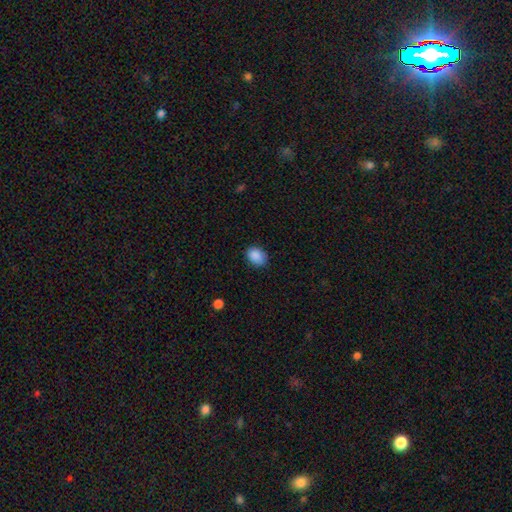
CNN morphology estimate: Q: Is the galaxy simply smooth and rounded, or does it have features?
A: smooth — 88%.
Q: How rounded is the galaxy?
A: in between — 61%.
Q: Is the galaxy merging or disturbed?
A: none — 80%.